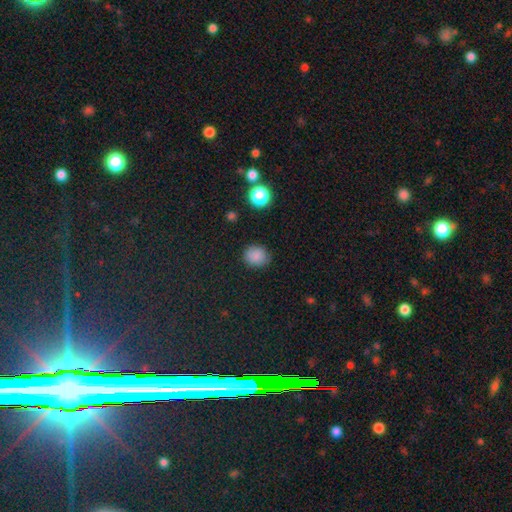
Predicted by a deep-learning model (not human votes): Smooth or featured? smooth (84%)
How rounded? round (71%)
Merging? none (82%)